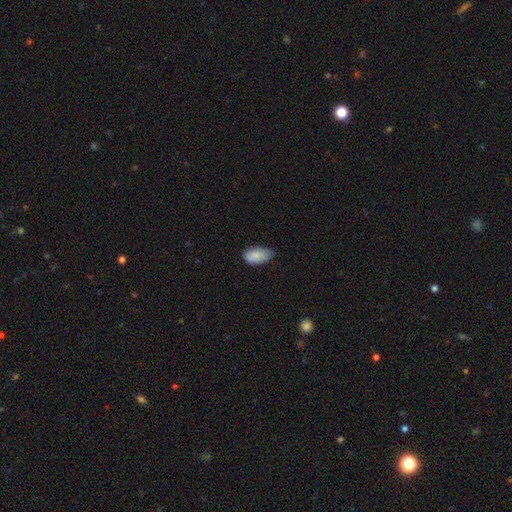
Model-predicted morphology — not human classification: smooth-or-featured: smooth: 86% | featured or disk: 7% | star or artifact: 7%
  how-rounded: in between: 94% | round: 4% | cigar-shaped: 2%
  merging: none: 60% | minor disturbance: 34% | major disturbance: 5% | merger: 1%